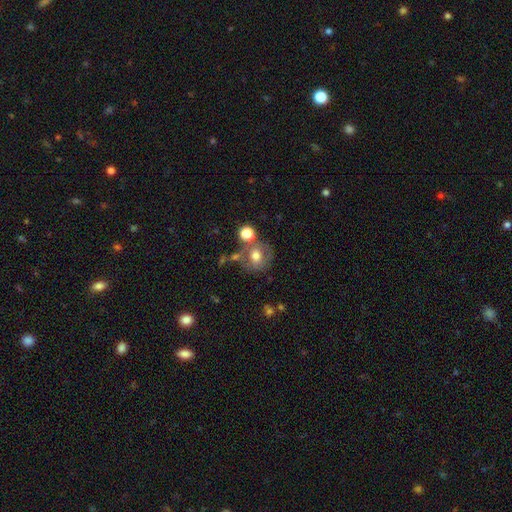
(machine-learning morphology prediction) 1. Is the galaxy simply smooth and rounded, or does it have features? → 56% smooth, 31% featured or disk, 13% star or artifact.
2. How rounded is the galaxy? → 78% round, 21% in between, 1% cigar-shaped.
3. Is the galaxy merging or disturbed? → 56% none, 18% merger, 17% minor disturbance, 10% major disturbance.